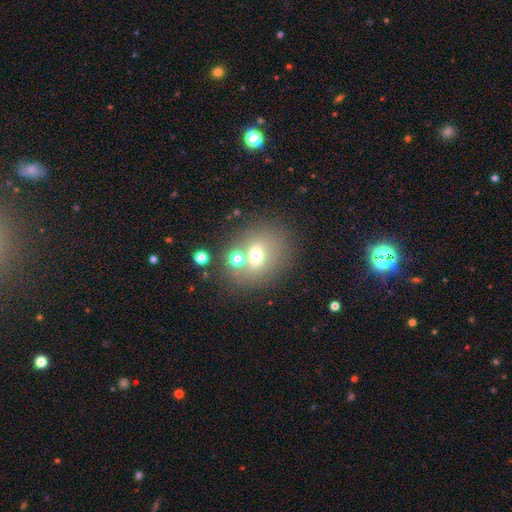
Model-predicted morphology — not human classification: The model was most divided on "how rounded": round: 54%, in between: 45%, cigar-shaped: 1%. More confident: merging — none (61%); smooth or featured — smooth (59%).